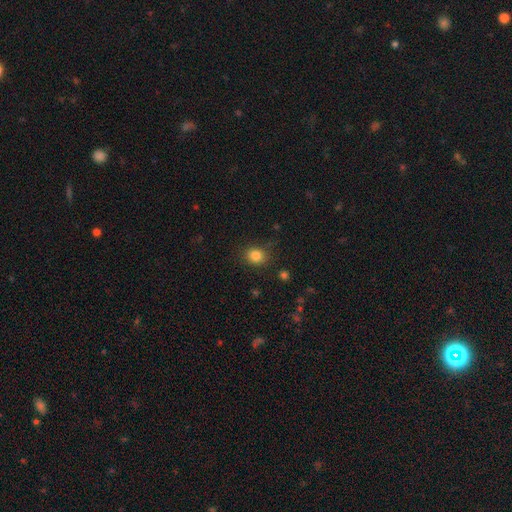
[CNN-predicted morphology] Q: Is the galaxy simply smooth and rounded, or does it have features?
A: smooth — 83%.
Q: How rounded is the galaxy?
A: round — 65%.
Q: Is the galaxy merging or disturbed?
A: none — 84%.